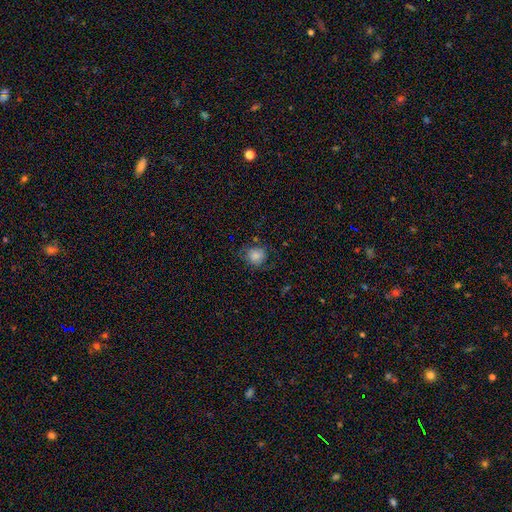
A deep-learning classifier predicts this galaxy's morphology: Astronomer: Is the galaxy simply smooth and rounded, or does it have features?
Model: smooth — 79%.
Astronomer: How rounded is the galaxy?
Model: round — 80%.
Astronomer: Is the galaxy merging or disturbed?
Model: none — 68%.